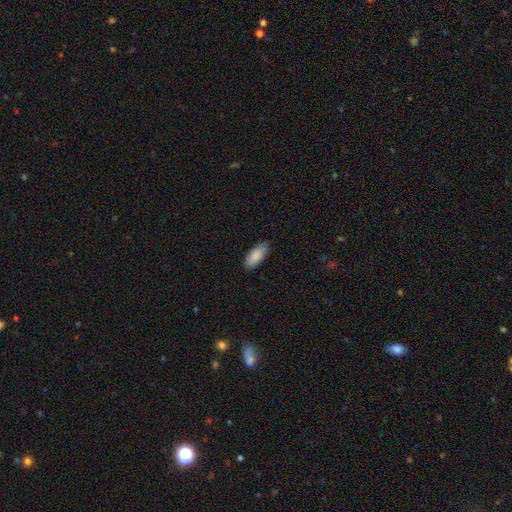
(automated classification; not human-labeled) This is clearly a smooth galaxy (89%). How rounded: clearly in between (84%). Merging: clearly none (86%).